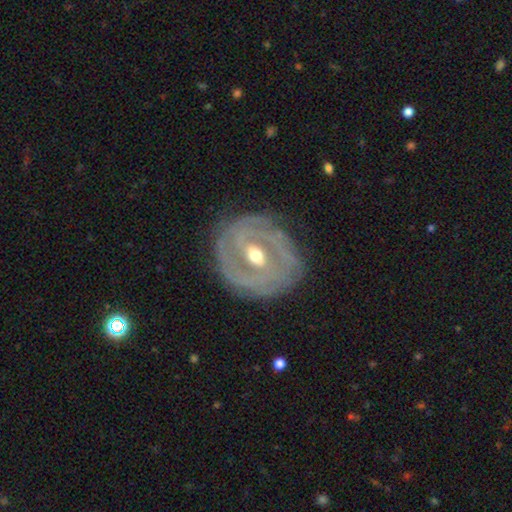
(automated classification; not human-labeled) Smooth or featured? Predicted: featured or disk (p=0.82). Edge-on disk? Predicted: no (p=0.95). Bar? Predicted: weak (p=0.45). Spiral arms? Predicted: yes (p=0.76). Spiral winding? Predicted: tight (p=0.72). Spiral arm count? Predicted: can't tell (p=0.37). Bulge size? Predicted: moderate (p=0.70). Merging? Predicted: none (p=0.79).